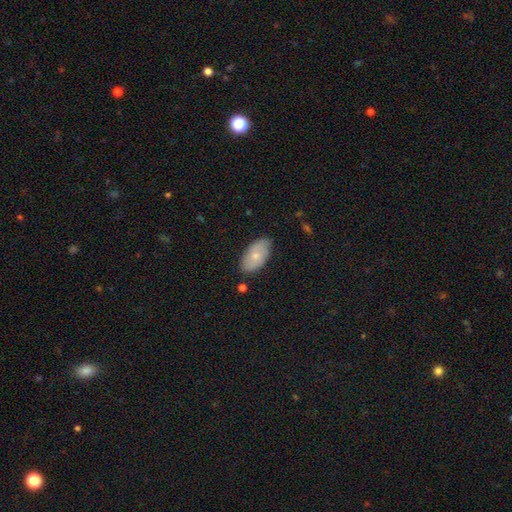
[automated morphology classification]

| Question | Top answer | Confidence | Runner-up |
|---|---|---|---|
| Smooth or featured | smooth | 64% | featured or disk (30%) |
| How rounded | in between | 94% | round (4%) |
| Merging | none | 79% | minor disturbance (17%) |